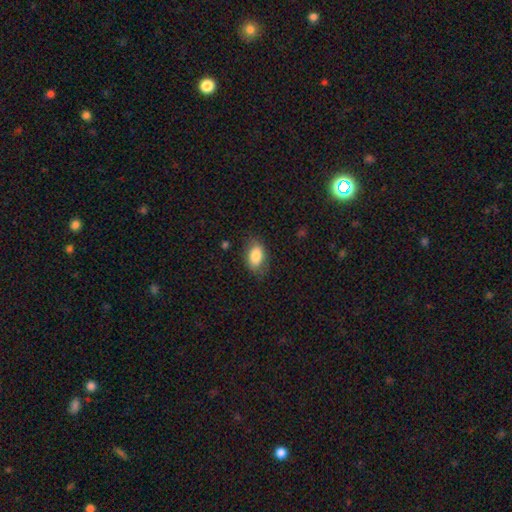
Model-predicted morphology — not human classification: A smooth galaxy with no disk features (83%) that is in between round and cigar-shaped (89%). Merging: none (76%).